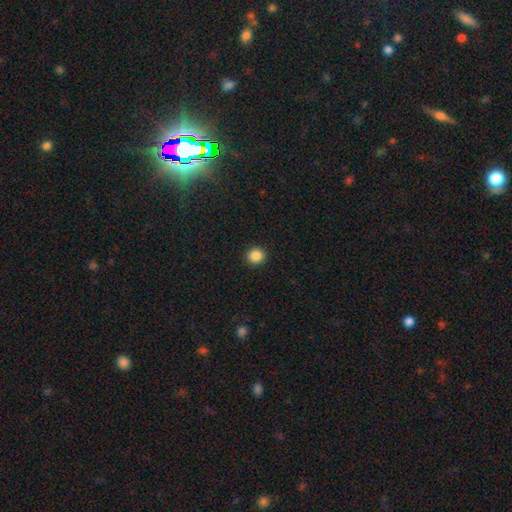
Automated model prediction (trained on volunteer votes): Q: Smooth or featured?
A: smooth (87%); runner-up: star or artifact (10%)
Q: How rounded?
A: round (91%); runner-up: in between (8%)
Q: Merging?
A: none (93%); runner-up: minor disturbance (5%)